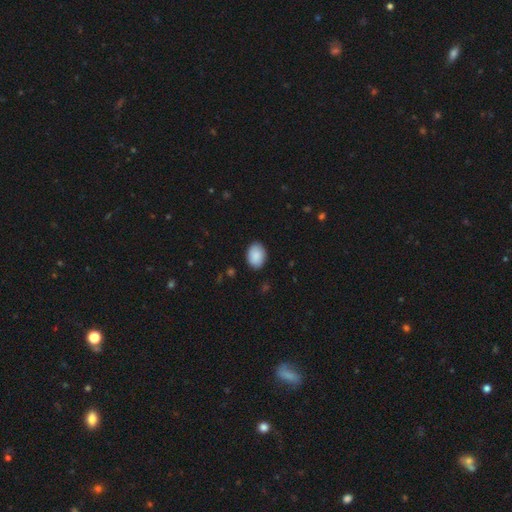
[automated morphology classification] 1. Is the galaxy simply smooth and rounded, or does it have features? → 90% smooth, 6% star or artifact, 4% featured or disk.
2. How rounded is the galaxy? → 79% in between, 20% round, 1% cigar-shaped.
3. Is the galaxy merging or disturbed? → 87% none, 10% minor disturbance, 2% major disturbance, 1% merger.